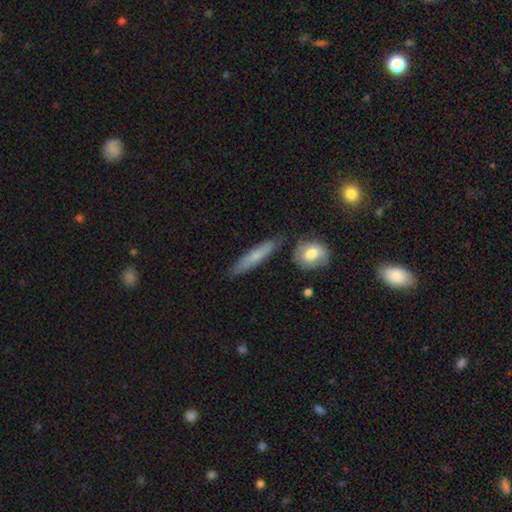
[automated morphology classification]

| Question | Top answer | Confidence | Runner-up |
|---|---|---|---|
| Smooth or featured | smooth | 68% | featured or disk (26%) |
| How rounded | cigar-shaped | 87% | in between (10%) |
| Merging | none | 80% | minor disturbance (12%) |